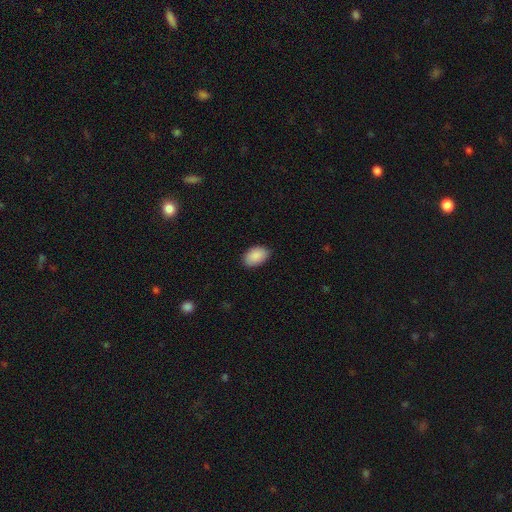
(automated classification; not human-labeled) smooth-or-featured: smooth: 90% | star or artifact: 6% | featured or disk: 3%
  how-rounded: in between: 90% | round: 9% | cigar-shaped: 1%
  merging: none: 86% | minor disturbance: 11% | major disturbance: 2% | merger: 1%